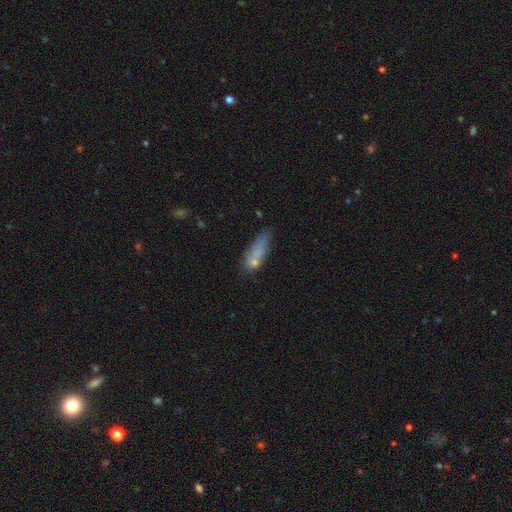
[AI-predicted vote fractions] A smooth galaxy with no disk features (68%) that is cigar-shaped (50%). Merging: none (48%).